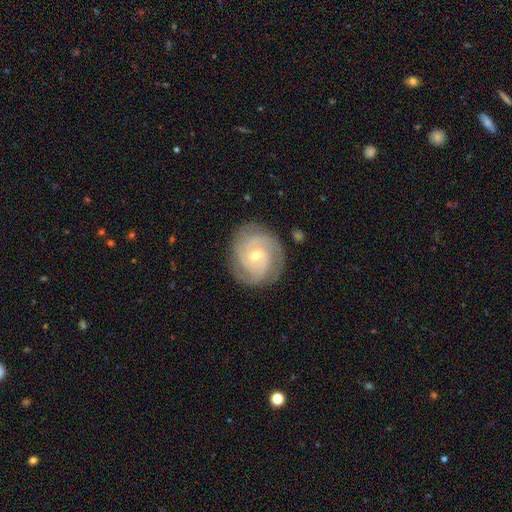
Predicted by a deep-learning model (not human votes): featured or disk 88%, smooth 7%, star or artifact 5%. Down the decision tree: edge-on disk — no (98%); bar — no (58%); spiral arms — yes (98%); spiral arm count — 3 (43%); spiral winding — tight (71%); bulge size — small (54%); merging — none (84%).